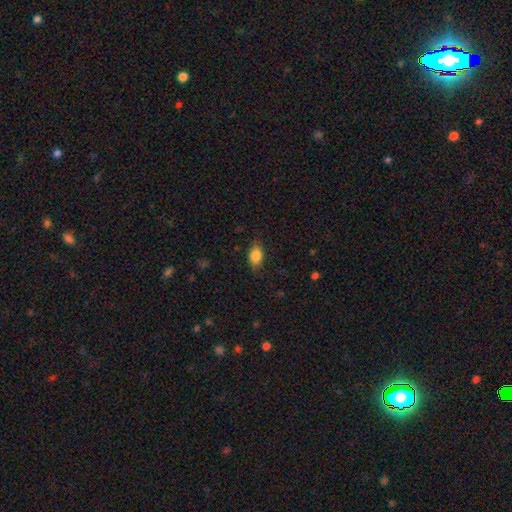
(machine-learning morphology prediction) Overall: smooth (84%). How rounded: in between (80%). Merging: none (77%).